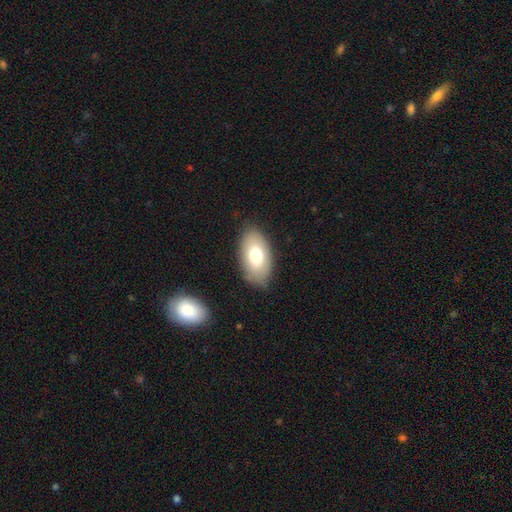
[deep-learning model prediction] smooth_or_featured: smooth (p=0.73) [alt: featured or disk p=0.19]
how_rounded: in between (p=0.94) [alt: round p=0.04]
merging: none (p=0.82) [alt: minor disturbance p=0.13]